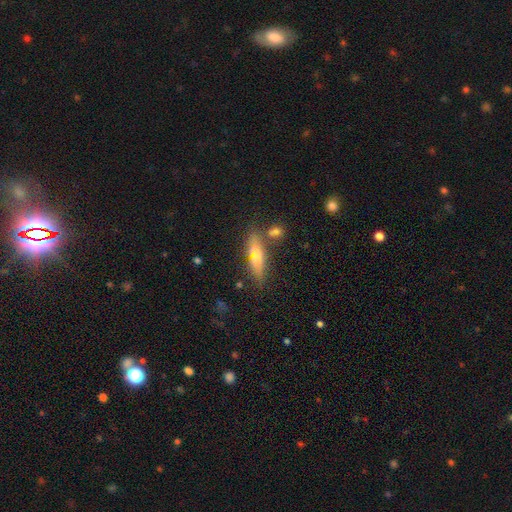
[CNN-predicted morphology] Smooth or featured? Predicted: smooth (p=0.55). How rounded? Predicted: cigar-shaped (p=0.68). Merging? Predicted: none (p=0.71).